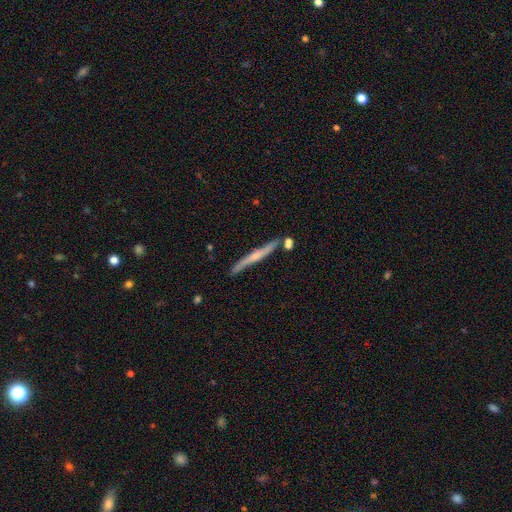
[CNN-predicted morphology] Smooth or featured? Predicted: featured or disk (p=0.63). Edge-on disk? Predicted: yes (p=0.94). Edge-on bulge? Predicted: rounded (p=0.53). Merging? Predicted: none (p=0.79).